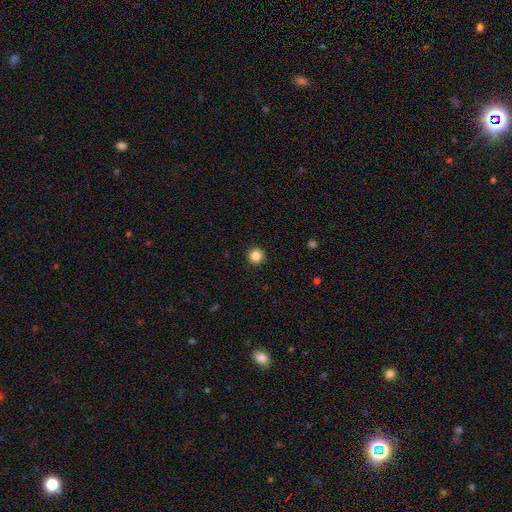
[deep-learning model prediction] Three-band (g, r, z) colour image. It shows a smooth galaxy with no disk features (85%) that is round (96%). Merging: none (93%).